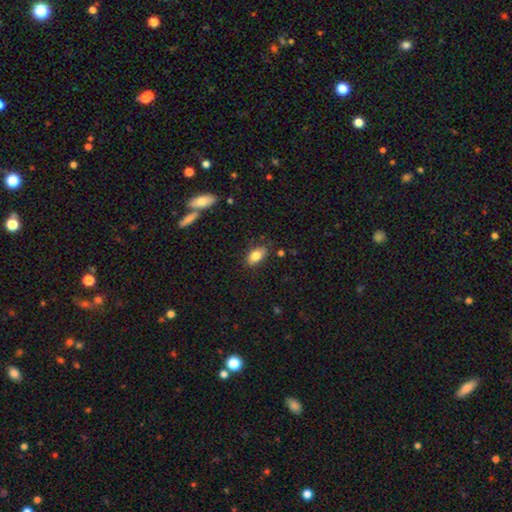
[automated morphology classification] This is clearly a smooth galaxy (81%). How rounded: clearly in between (90%). Merging: likely none (79%).